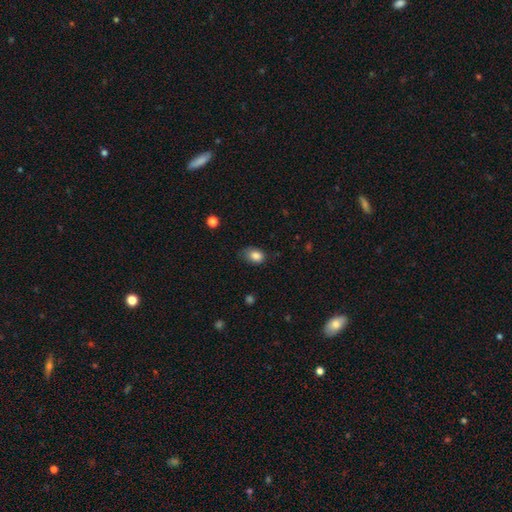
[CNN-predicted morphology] smooth_or_featured: smooth (p=0.84) [alt: star or artifact p=0.09]
how_rounded: in between (p=0.76) [alt: round p=0.22]
merging: none (p=0.60) [alt: minor disturbance p=0.31]